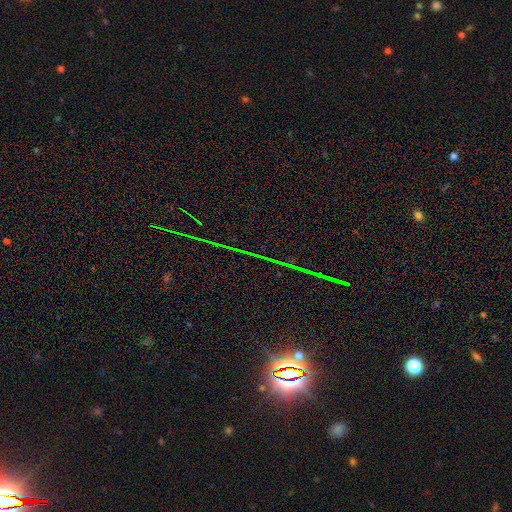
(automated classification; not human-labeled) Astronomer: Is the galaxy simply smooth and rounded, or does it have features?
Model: star or artifact — 84%.